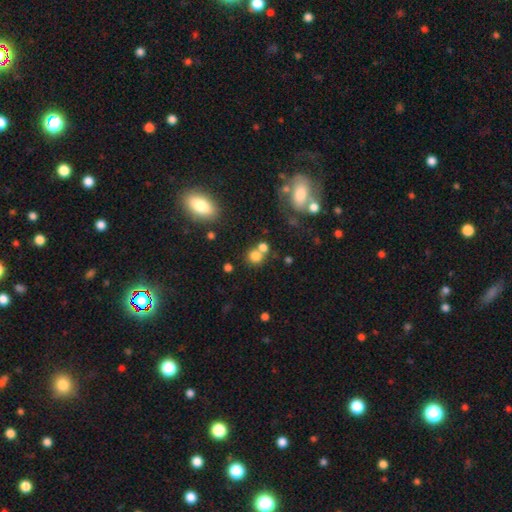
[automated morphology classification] Q: Smooth or featured?
A: smooth (75%); runner-up: star or artifact (16%)
Q: How rounded?
A: round (84%); runner-up: in between (15%)
Q: Merging?
A: none (56%); runner-up: merger (31%)